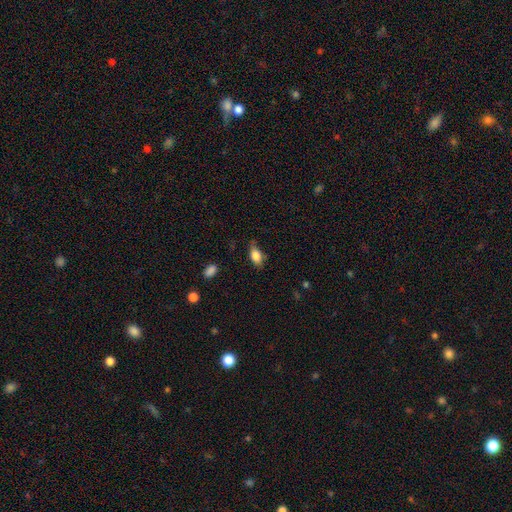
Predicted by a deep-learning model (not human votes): Smooth or featured?
  - smooth: 78% *
  - featured or disk: 14%
  - star or artifact: 8%
How rounded?
  - in between: 86% *
  - round: 7%
  - cigar-shaped: 7%
Merging?
  - none: 65% *
  - minor disturbance: 27%
  - major disturbance: 6%
  - merger: 2%